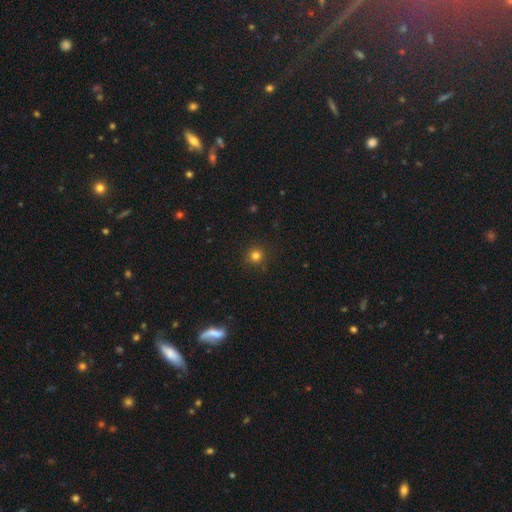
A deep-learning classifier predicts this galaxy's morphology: type=smooth (81%); roundness=round (94%); merging=none (90%).